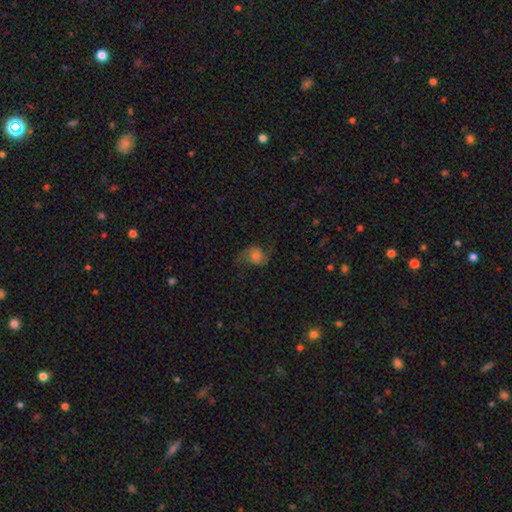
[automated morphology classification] A featured or disk galaxy (66%) with no bar (71%), 2 (91%) loose (60%) spiral arms (93%) and a moderate central bulge (43%). Merging: none (68%).